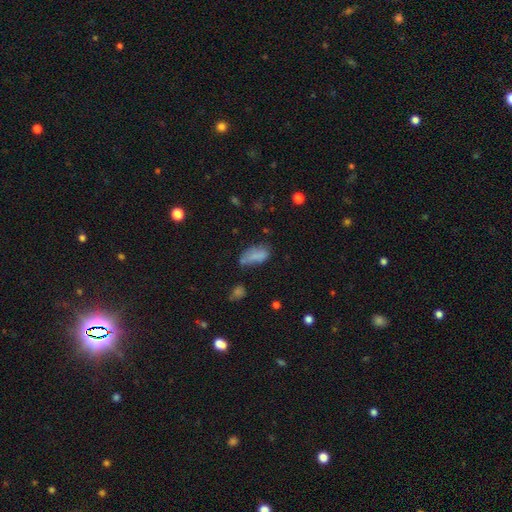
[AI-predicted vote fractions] Smooth or featured? Predicted: smooth (p=0.75). How rounded? Predicted: in between (p=0.86). Merging? Predicted: none (p=0.43).